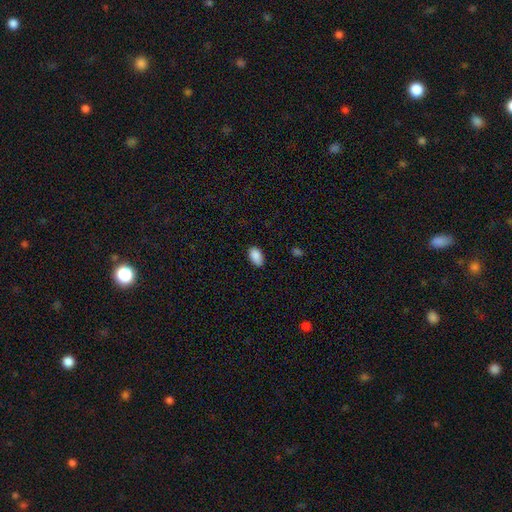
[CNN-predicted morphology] Overall: smooth (89%). How rounded: in between (93%). Merging: none (79%).